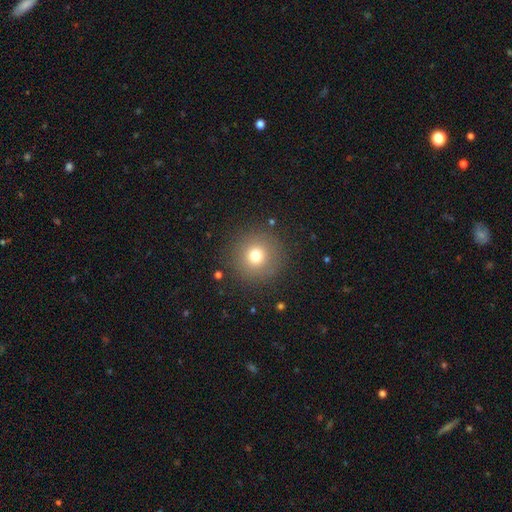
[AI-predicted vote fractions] Overall: smooth (74%). How rounded: round (96%). Merging: none (88%).